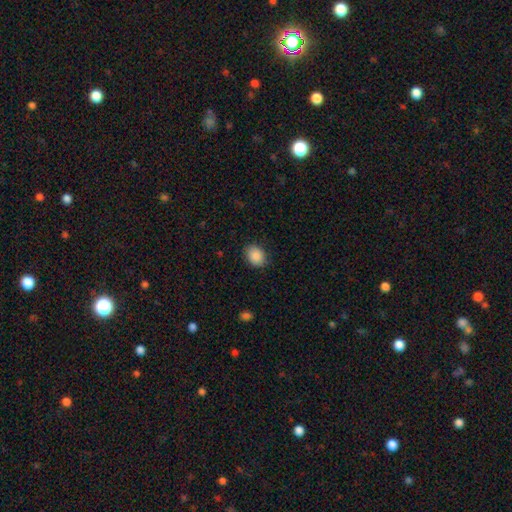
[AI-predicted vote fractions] Overall: smooth (89%). How rounded: in between (55%; round 45%). Merging: none (85%).